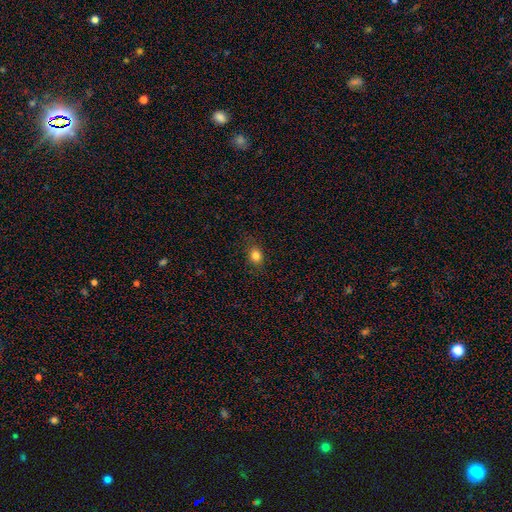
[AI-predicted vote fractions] A smooth galaxy with no disk features (82%) that is in between round and cigar-shaped (51%).

Vote fractions:
- Smooth or featured? smooth: 82% / star or artifact: 12% / featured or disk: 7%
- How rounded? in between: 51% / round: 47% / cigar-shaped: 2%
- Merging? none: 81% / minor disturbance: 14% / major disturbance: 4% / merger: 1%